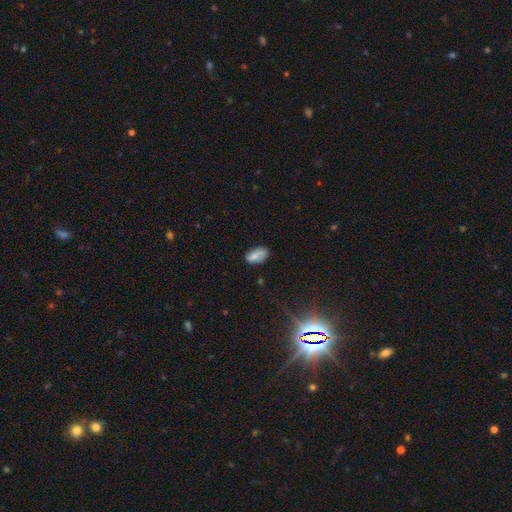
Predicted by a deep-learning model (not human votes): This appears to be a smooth galaxy with no disk features (74%) that is in between round and cigar-shaped (92%). Merging: none (71%).